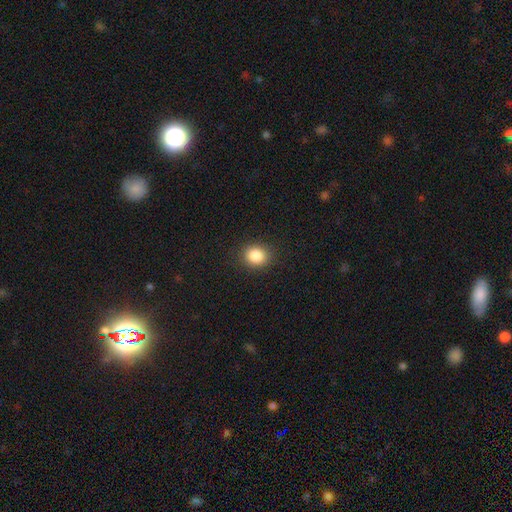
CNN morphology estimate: A smooth galaxy with no disk features (86%) that is round (70%). Merging: none (88%).